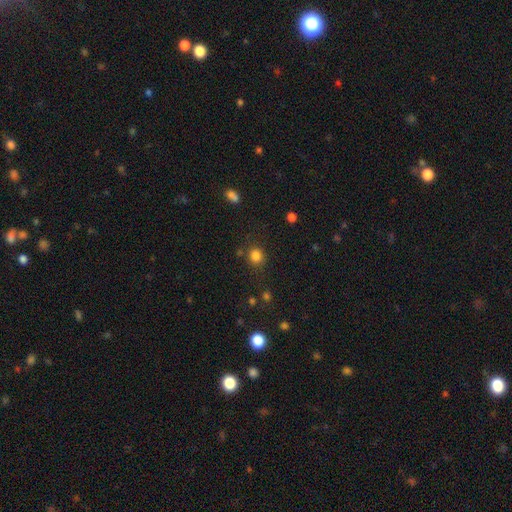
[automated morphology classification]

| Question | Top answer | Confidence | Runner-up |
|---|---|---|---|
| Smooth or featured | smooth | 82% | star or artifact (13%) |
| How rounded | round | 85% | in between (15%) |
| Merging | none | 80% | minor disturbance (11%) |